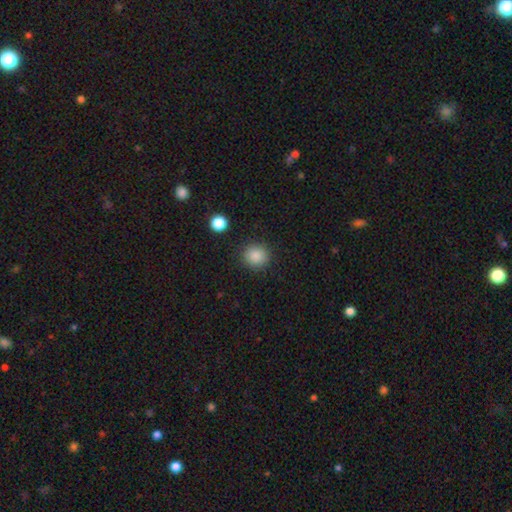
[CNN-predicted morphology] Smooth or featured: smooth — 87% (star or artifact — 10%)
How rounded: round — 90% (in between — 9%)
Merging: none — 89% (minor disturbance — 7%)